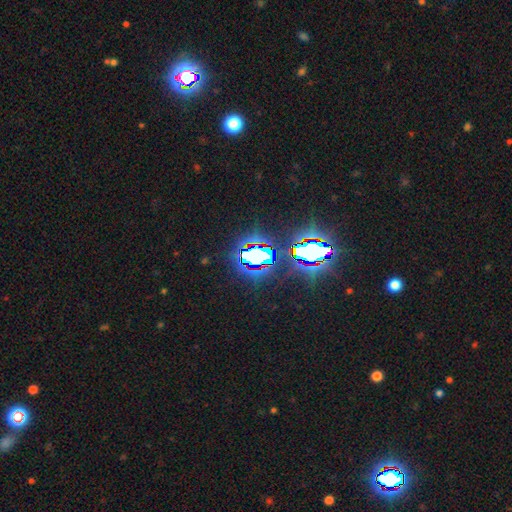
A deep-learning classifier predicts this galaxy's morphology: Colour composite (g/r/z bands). It shows a star or artifact, not a galaxy (69%).